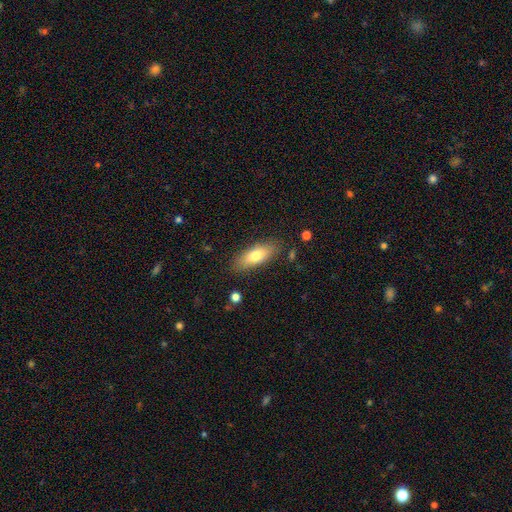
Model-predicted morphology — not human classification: smooth_or_featured: smooth (p=0.74) [alt: featured or disk p=0.20]
how_rounded: in between (p=0.71) [alt: cigar-shaped p=0.26]
merging: none (p=0.83) [alt: minor disturbance p=0.12]